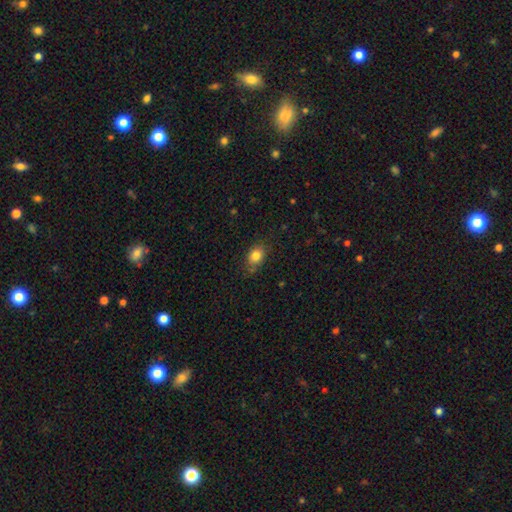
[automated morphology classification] This is clearly a smooth galaxy (82%). How rounded: likely in between (70%). Merging: likely none (76%).